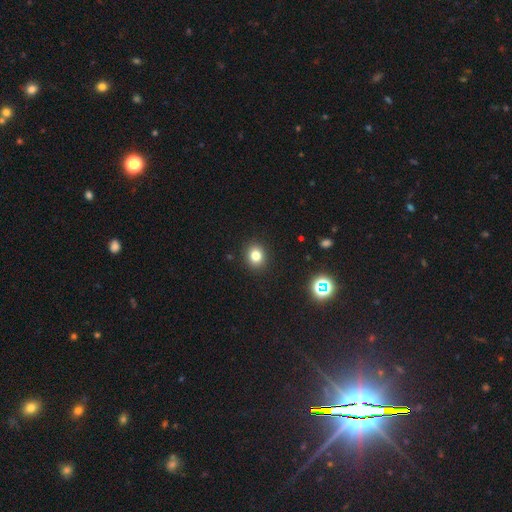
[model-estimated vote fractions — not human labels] Smooth or featured? smooth (80%)
How rounded? round (76%)
Merging? none (91%)